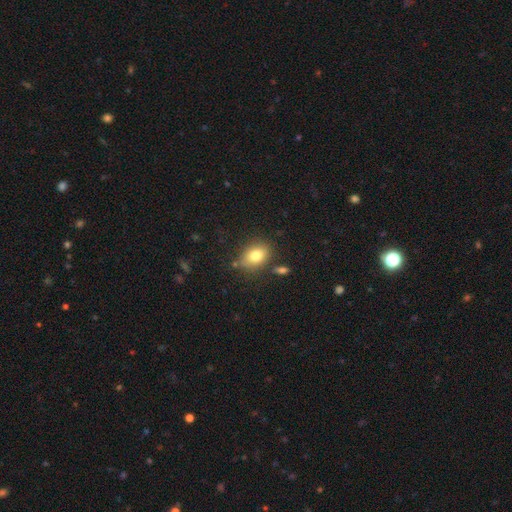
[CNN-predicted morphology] type=smooth (79%); roundness=in between (74%); merging=none (75%).